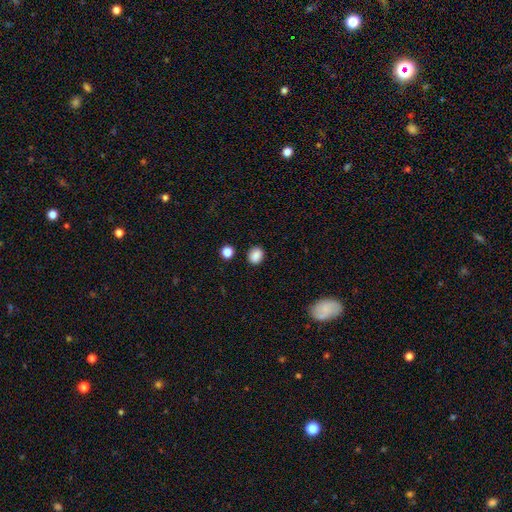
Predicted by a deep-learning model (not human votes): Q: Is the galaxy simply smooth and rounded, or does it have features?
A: smooth — 86%.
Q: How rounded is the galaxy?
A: round — 60%.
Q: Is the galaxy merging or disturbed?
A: none — 86%.